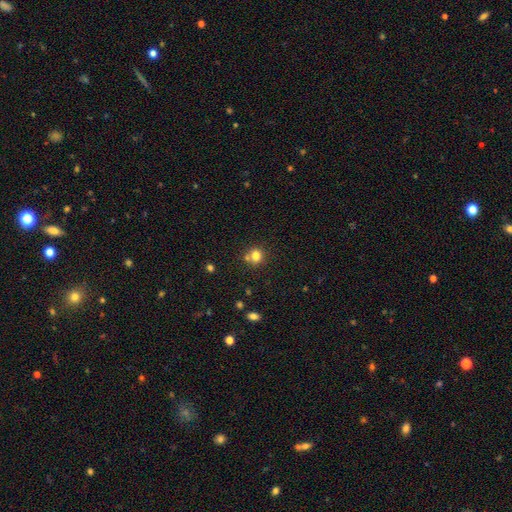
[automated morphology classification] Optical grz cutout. It shows a smooth galaxy with no disk features (78%) that is round (78%). Merging: none (62%).